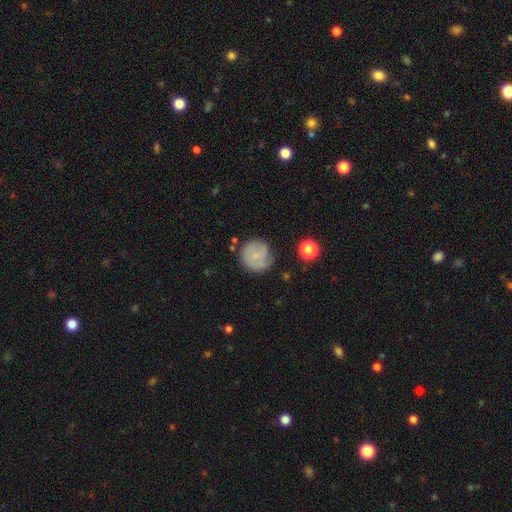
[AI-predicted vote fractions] Smooth or featured? Predicted: smooth (p=0.52). How rounded? Predicted: round (p=0.92). Merging? Predicted: none (p=0.70).